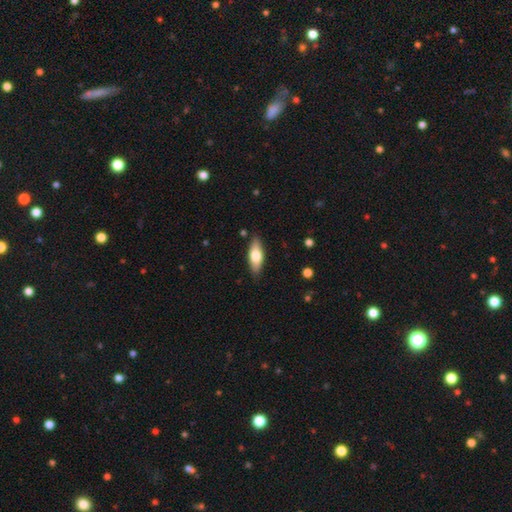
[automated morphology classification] Smooth or featured?
  - smooth: 61% *
  - featured or disk: 33%
  - star or artifact: 6%
How rounded?
  - in between: 67% *
  - cigar-shaped: 30%
  - round: 3%
Merging?
  - none: 85% *
  - minor disturbance: 11%
  - major disturbance: 2%
  - merger: 1%